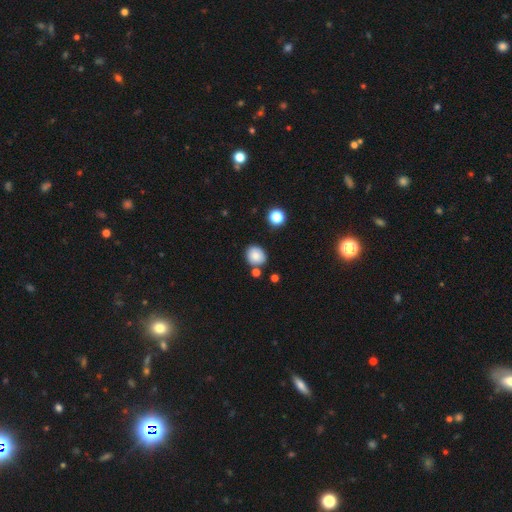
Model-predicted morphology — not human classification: smooth 81%, star or artifact 10%, featured or disk 9%. Down the decision tree: how rounded — round (70%); merging — none (77%).